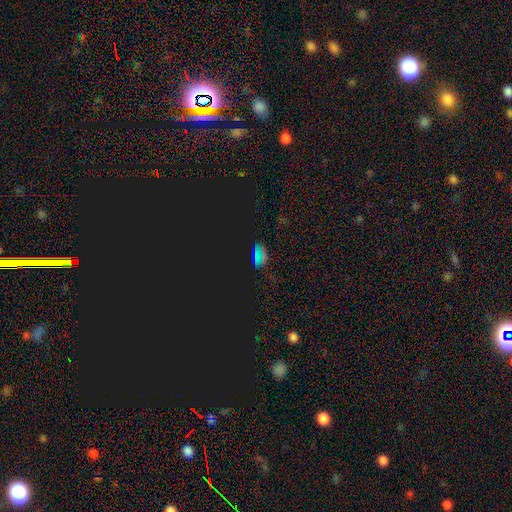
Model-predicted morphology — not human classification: Smooth or featured? star or artifact (69%)